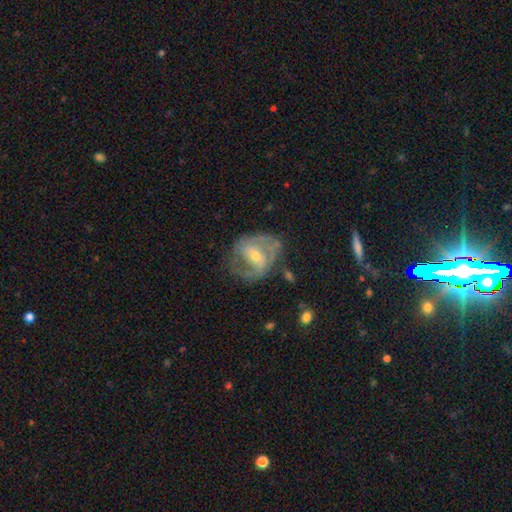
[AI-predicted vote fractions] Q: Smooth or featured?
A: featured or disk (80%); runner-up: smooth (14%)
Q: Edge-on disk?
A: no (97%); runner-up: yes (3%)
Q: Bar?
A: weak (44%); runner-up: no (30%)
Q: Spiral arms?
A: yes (87%); runner-up: no (13%)
Q: Spiral winding?
A: medium (46%); runner-up: tight (36%)
Q: Spiral arm count?
A: 2 (62%); runner-up: can't tell (19%)
Q: Bulge size?
A: small (52%); runner-up: moderate (44%)
Q: Merging?
A: none (59%); runner-up: minor disturbance (22%)